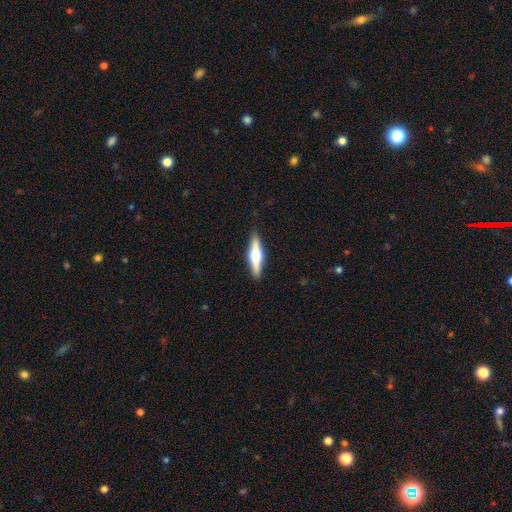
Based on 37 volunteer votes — A featured or disk galaxy (57%) viewed edge-on (100%) with a rounded central bulge (100%). Merging: none (94%).